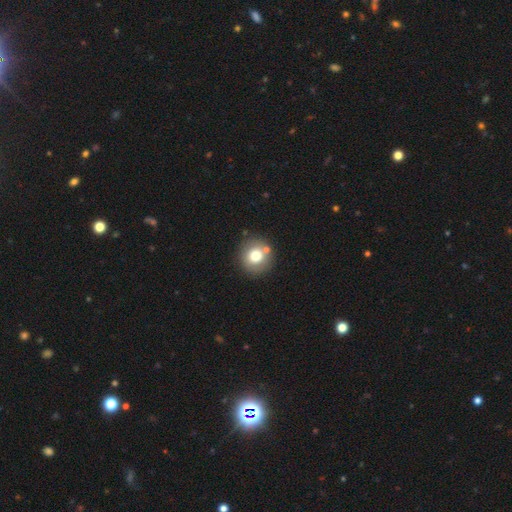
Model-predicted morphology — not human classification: smooth 73%, featured or disk 16%, star or artifact 11%. Down the decision tree: how rounded — round (92%); merging — none (80%).